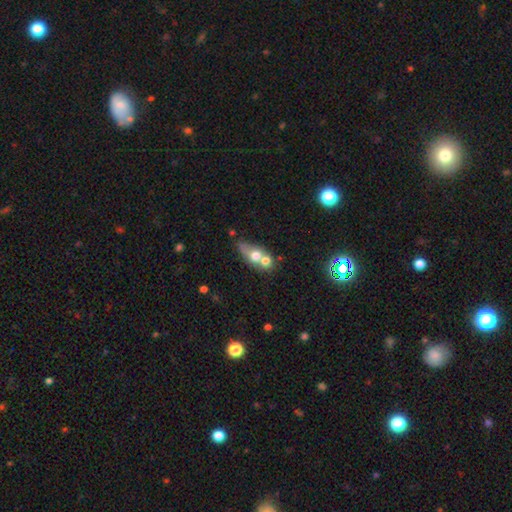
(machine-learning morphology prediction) type=smooth (61%); roundness=in between (56%); merging=merger (59%).